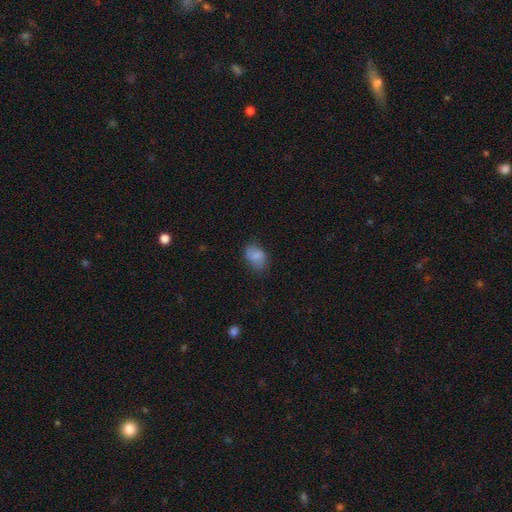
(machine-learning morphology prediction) Smooth or featured? smooth (78%)
How rounded? in between (76%)
Merging? none (67%)